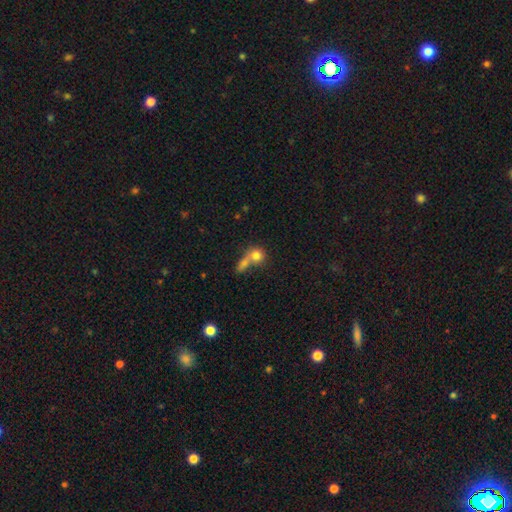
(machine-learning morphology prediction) Smooth or featured? smooth (77%)
How rounded? round (74%)
Merging? merger (55%)